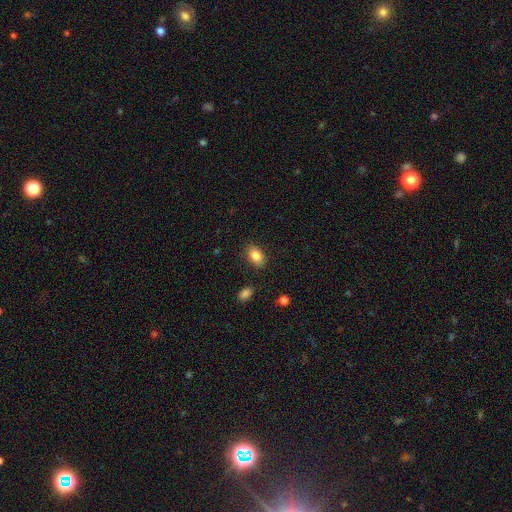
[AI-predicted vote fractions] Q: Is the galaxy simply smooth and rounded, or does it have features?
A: smooth — 85%.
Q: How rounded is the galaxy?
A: in between — 87%.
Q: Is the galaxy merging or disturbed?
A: none — 85%.